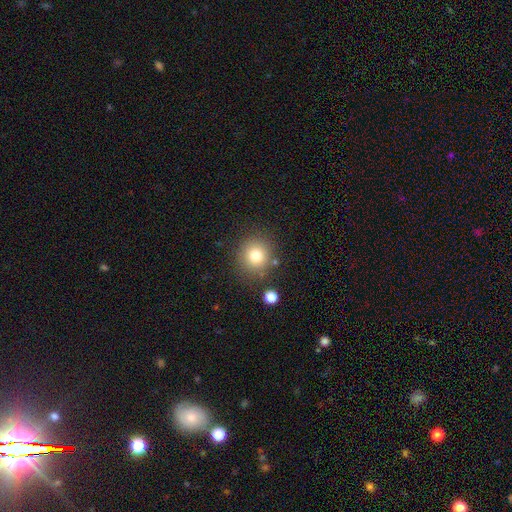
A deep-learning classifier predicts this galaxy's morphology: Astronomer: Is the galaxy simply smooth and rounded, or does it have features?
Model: smooth — 79%.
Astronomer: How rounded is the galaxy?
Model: round — 90%.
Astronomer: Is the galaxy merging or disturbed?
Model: none — 82%.